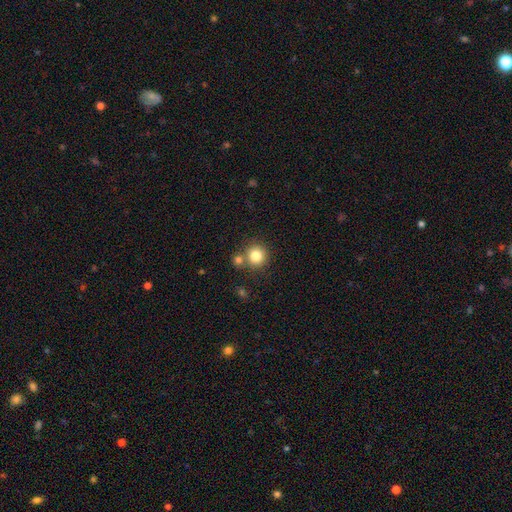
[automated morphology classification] smooth 81%, star or artifact 11%, featured or disk 8%. Down the decision tree: how rounded — round (92%); merging — none (70%).